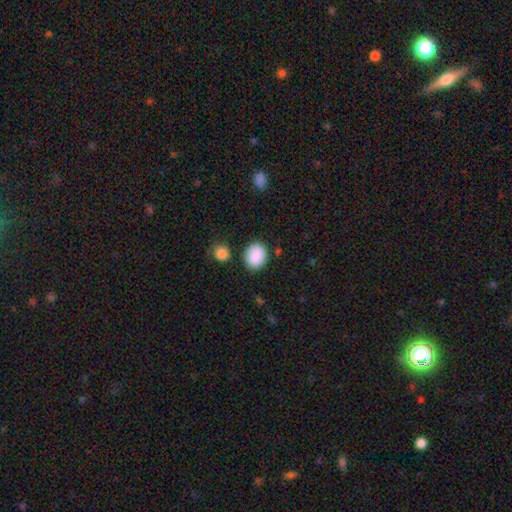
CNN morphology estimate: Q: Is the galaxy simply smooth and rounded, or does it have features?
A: smooth — 87%.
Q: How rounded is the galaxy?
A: round — 58%.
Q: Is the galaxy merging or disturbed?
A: none — 82%.